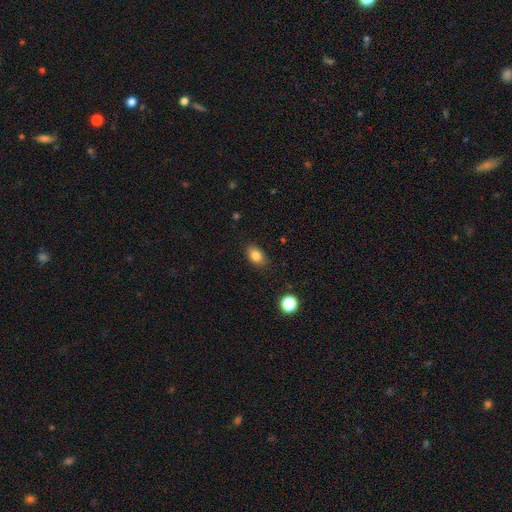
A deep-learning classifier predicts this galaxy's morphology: This is clearly a smooth galaxy (83%). How rounded: clearly in between (82%). Merging: clearly none (85%).